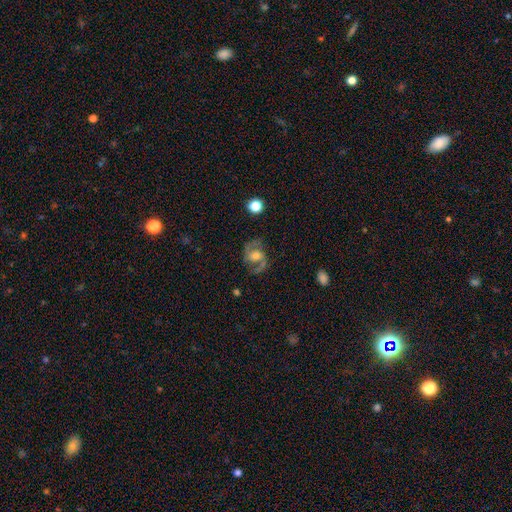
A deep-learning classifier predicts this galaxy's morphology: A featured or disk galaxy (80%) with no bar (45%), 2 (91%) medium (58%) spiral arms (94%) and a moderate central bulge (55%).

Vote fractions:
- Smooth or featured? featured or disk: 80% / smooth: 12% / star or artifact: 8%
- Edge-on disk? no: 97% / yes: 3%
- Bar? no: 45% / weak: 41% / strong: 14%
- Spiral arms? yes: 94% / no: 6%
- Spiral winding? medium: 58% / loose: 28% / tight: 14%
- Spiral arm count? 2: 91% / can't tell: 3% / 1: 2% / 3: 1% / 4: 1% / more than 4: 1%
- Bulge size? moderate: 55% / small: 23% / large: 16% / none: 4% / dominant: 2%
- Merging? none: 72% / minor disturbance: 15% / major disturbance: 10% / merger: 2%